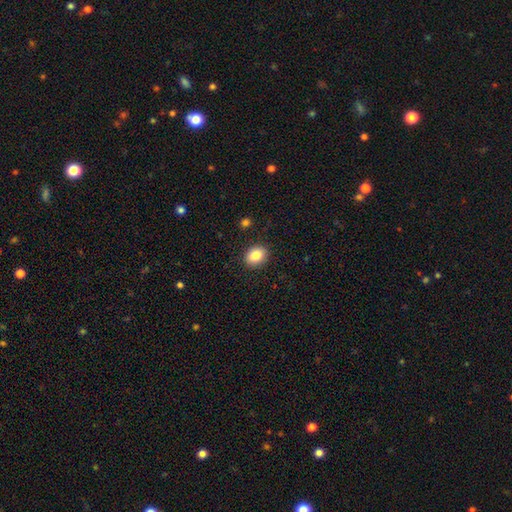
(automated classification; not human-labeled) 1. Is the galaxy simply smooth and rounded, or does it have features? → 85% smooth, 9% star or artifact, 7% featured or disk.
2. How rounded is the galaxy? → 63% in between, 36% round, 1% cigar-shaped.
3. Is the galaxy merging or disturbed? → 89% none, 7% minor disturbance, 2% major disturbance, 1% merger.